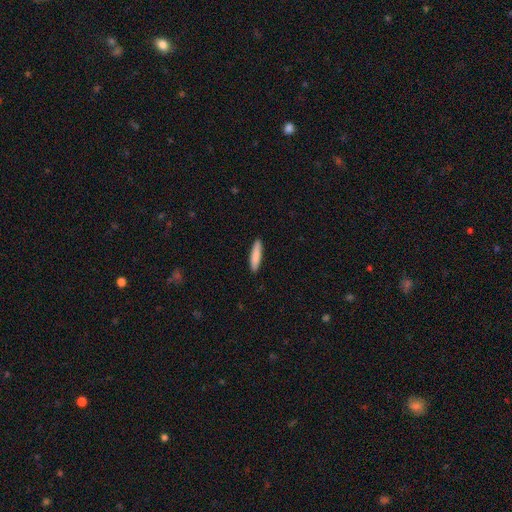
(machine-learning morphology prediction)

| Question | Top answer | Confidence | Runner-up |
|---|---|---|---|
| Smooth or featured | smooth | 86% | featured or disk (8%) |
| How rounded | cigar-shaped | 85% | in between (14%) |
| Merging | none | 91% | minor disturbance (7%) |